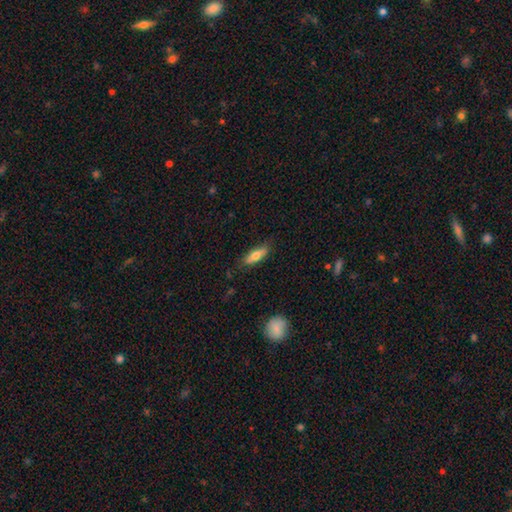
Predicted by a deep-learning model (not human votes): Smooth or featured?
  - smooth: 69% *
  - featured or disk: 25%
  - star or artifact: 6%
How rounded?
  - cigar-shaped: 51% *
  - in between: 47%
  - round: 2%
Merging?
  - none: 81% *
  - minor disturbance: 15%
  - major disturbance: 3%
  - merger: 1%